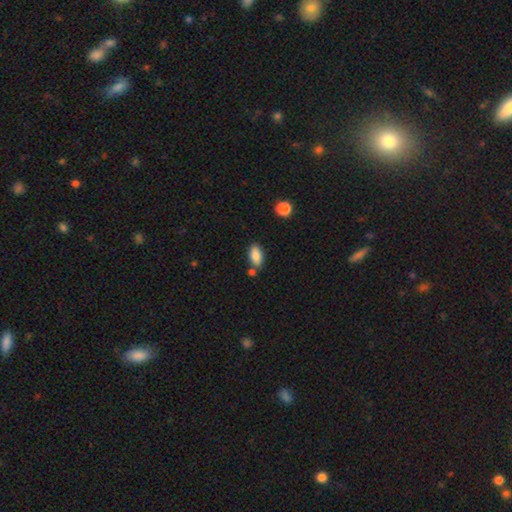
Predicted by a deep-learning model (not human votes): Smooth or featured: smooth — 87% (star or artifact — 8%)
How rounded: in between — 92% (cigar-shaped — 5%)
Merging: none — 72% (minor disturbance — 13%)